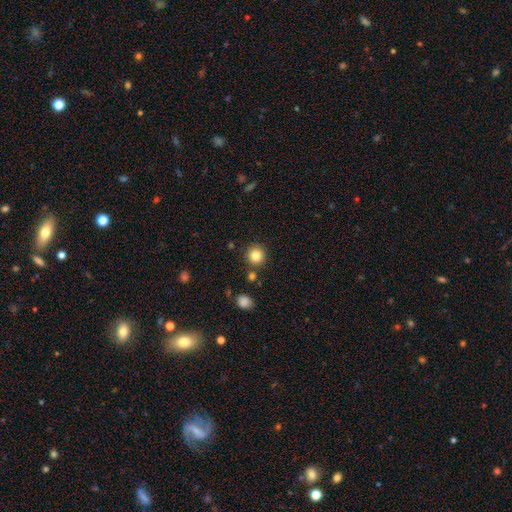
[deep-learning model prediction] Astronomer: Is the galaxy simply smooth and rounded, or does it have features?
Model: smooth — 84%.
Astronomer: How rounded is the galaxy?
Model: round — 93%.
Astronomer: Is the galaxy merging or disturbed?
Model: none — 86%.